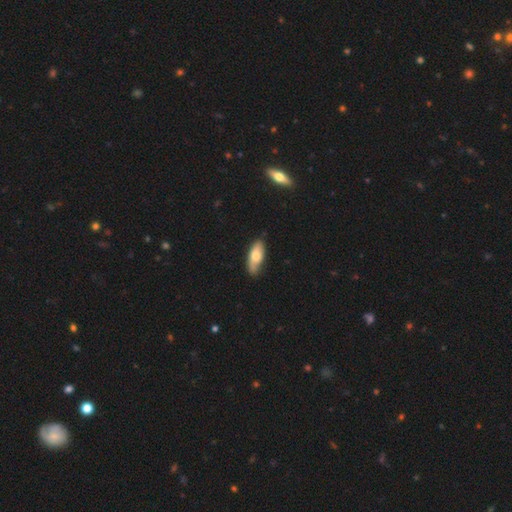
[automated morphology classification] The model was most divided on "smooth or featured": smooth: 71%, featured or disk: 23%, star or artifact: 6%. More confident: how rounded — in between (79%); merging — none (72%).